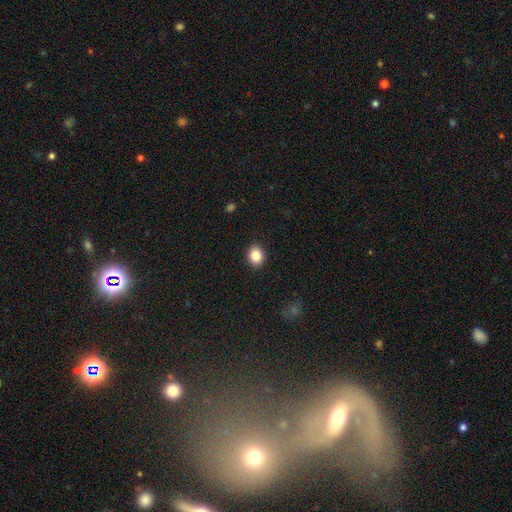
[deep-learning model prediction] A smooth galaxy with no disk features (86%) that is round (53%). Merging: none (90%).